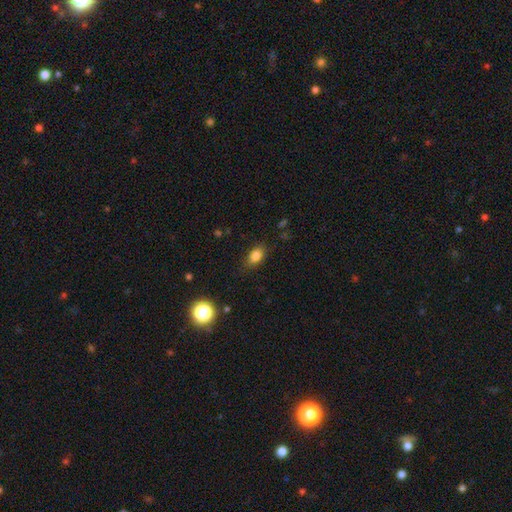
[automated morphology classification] Overall: smooth (83%). How rounded: in between (81%). Merging: none (81%).